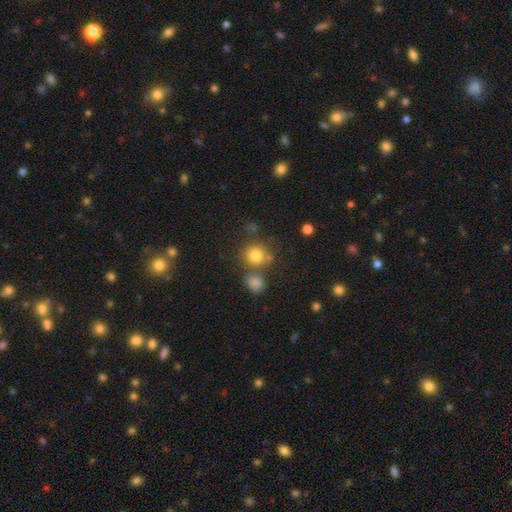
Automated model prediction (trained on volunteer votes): Smooth or featured?
  - smooth: 81% *
  - star or artifact: 12%
  - featured or disk: 8%
How rounded?
  - round: 85% *
  - in between: 14%
  - cigar-shaped: 1%
Merging?
  - none: 62% *
  - merger: 22%
  - minor disturbance: 11%
  - major disturbance: 5%